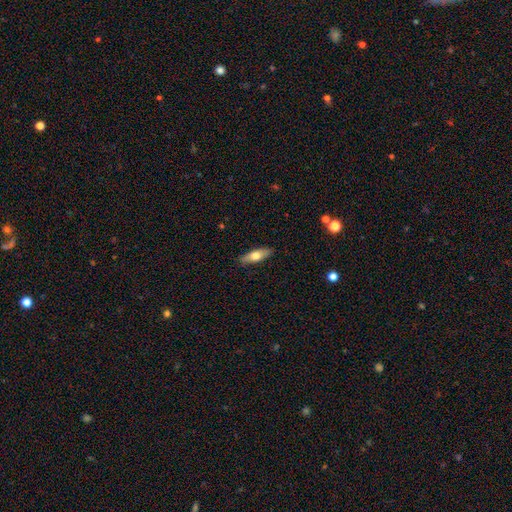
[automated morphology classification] This appears to be a smooth galaxy with no disk features (63%) that is in between round and cigar-shaped (58%). Merging: none (87%).